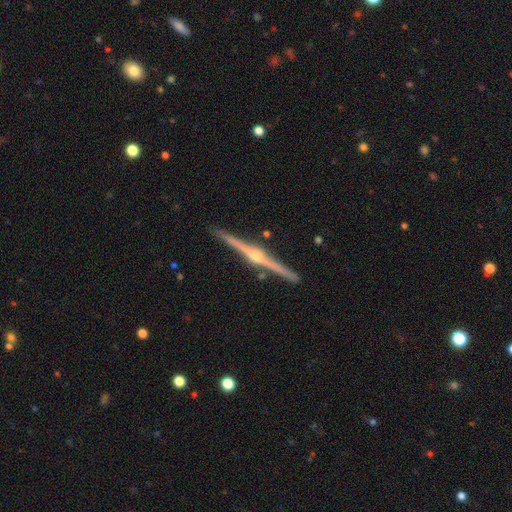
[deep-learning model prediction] The model was most divided on "smooth or featured": featured or disk: 89%, smooth: 6%, star or artifact: 5%. More confident: edge-on disk — yes (99%); merging — none (92%); edge-on bulge — rounded (91%).